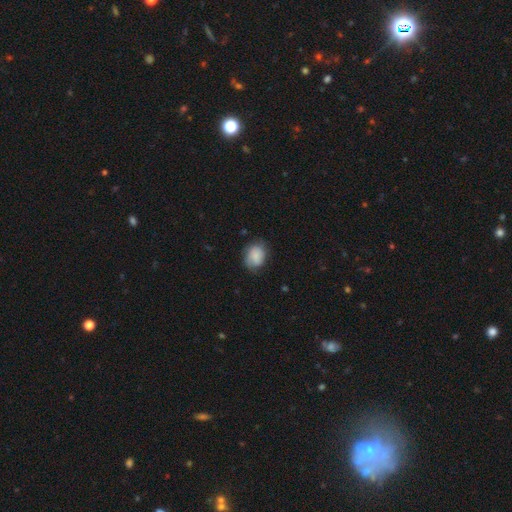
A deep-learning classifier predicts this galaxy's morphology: Smooth or featured? Predicted: smooth (p=0.79). How rounded? Predicted: in between (p=0.56). Merging? Predicted: none (p=0.66).